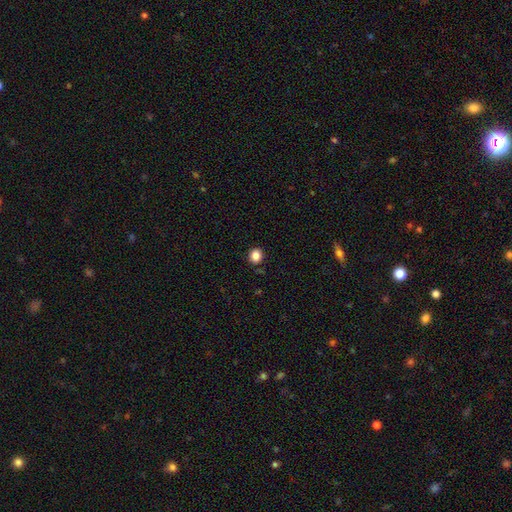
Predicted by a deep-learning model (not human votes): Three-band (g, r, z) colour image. It shows a smooth galaxy with no disk features (85%) that is round (88%). Merging: none (90%).